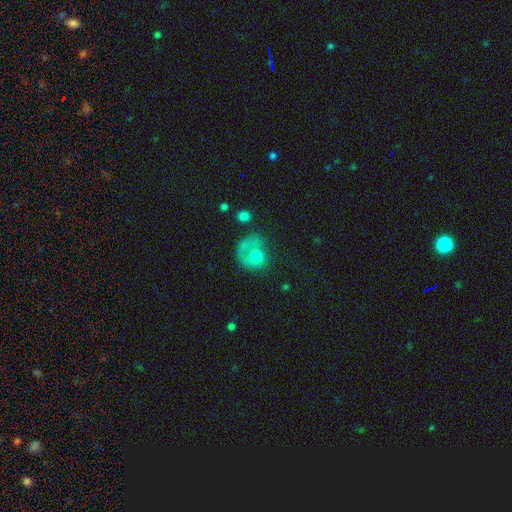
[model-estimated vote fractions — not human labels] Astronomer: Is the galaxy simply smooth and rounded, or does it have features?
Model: smooth — 58%.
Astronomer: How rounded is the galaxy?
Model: round — 69%.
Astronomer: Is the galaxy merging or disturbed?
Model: major disturbance — 38% (runner-up: none, 35%).